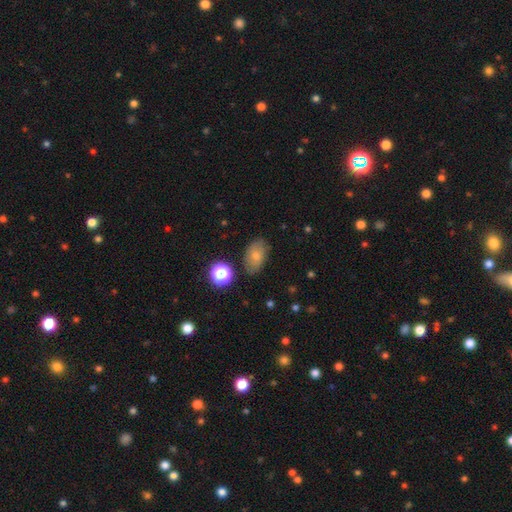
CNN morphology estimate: Smooth or featured?
  - smooth: 71% *
  - featured or disk: 17%
  - star or artifact: 12%
How rounded?
  - in between: 86% *
  - round: 12%
  - cigar-shaped: 2%
Merging?
  - none: 74% *
  - minor disturbance: 18%
  - major disturbance: 5%
  - merger: 2%